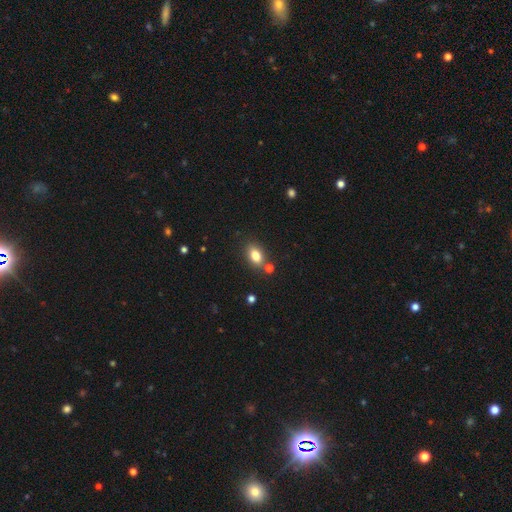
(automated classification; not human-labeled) Smooth or featured: smooth — 81% (star or artifact — 10%)
How rounded: in between — 82% (round — 16%)
Merging: none — 74% (minor disturbance — 12%)